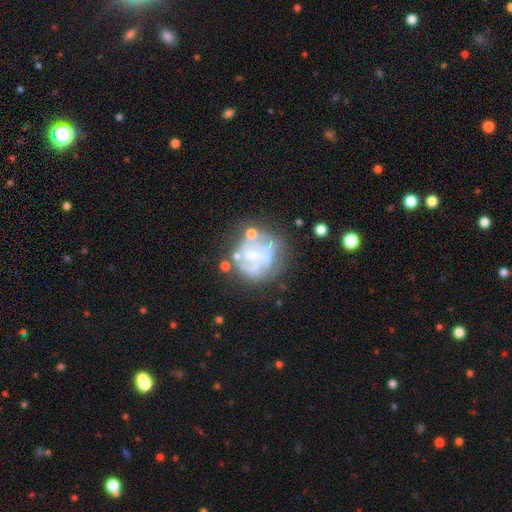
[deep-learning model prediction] Smooth or featured? featured or disk (68%)
Edge-on disk? no (98%)
Bar? no (69%)
Spiral arms? no (63%)
Bulge size? none (47%)
Merging? none (47%)